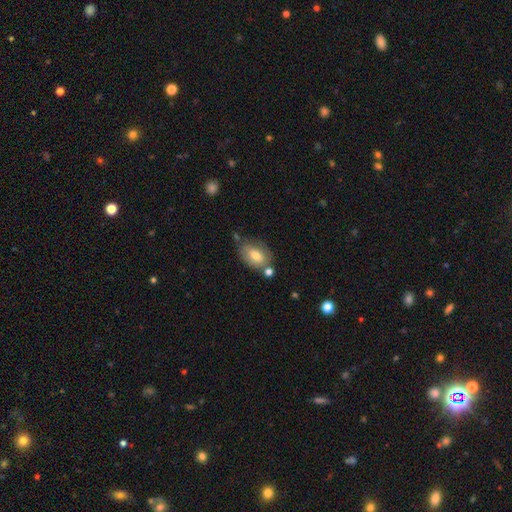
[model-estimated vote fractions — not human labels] This appears to be a smooth galaxy with no disk features (72%) that is in between round and cigar-shaped (85%). Merging: none (60%).